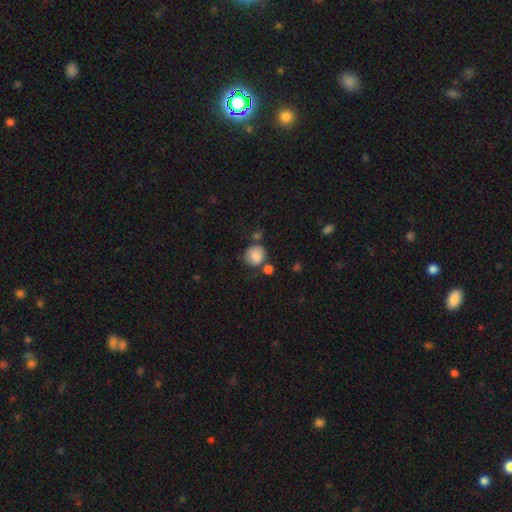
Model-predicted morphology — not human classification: smooth_or_featured: smooth (p=0.84) [alt: star or artifact p=0.08]
how_rounded: round (p=0.86) [alt: in between p=0.13]
merging: none (p=0.60) [alt: minor disturbance p=0.18]